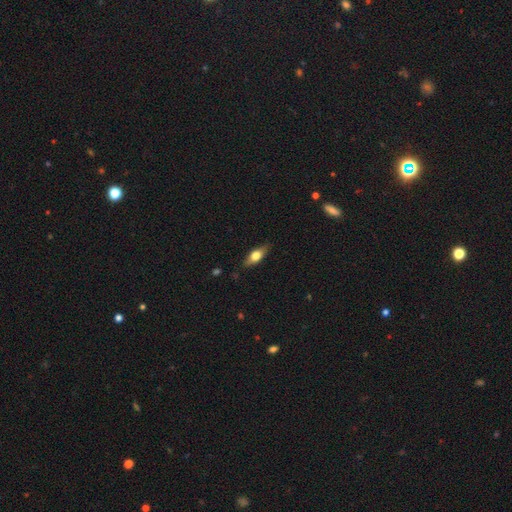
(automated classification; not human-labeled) This is possibly a smooth galaxy (58%). How rounded: likely in between (66%). Merging: clearly none (84%).